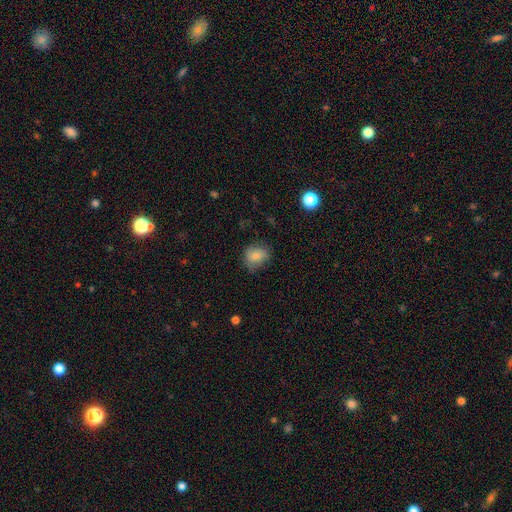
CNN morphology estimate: smooth_or_featured: smooth (p=0.79) [alt: featured or disk p=0.12]
how_rounded: round (p=0.55) [alt: in between p=0.44]
merging: none (p=0.63) [alt: minor disturbance p=0.28]